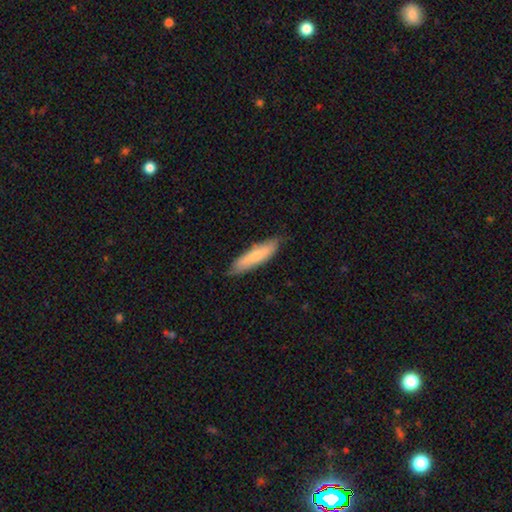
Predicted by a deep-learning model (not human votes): A smooth galaxy with no disk features (71%) that is cigar-shaped (74%). Merging: none (80%).